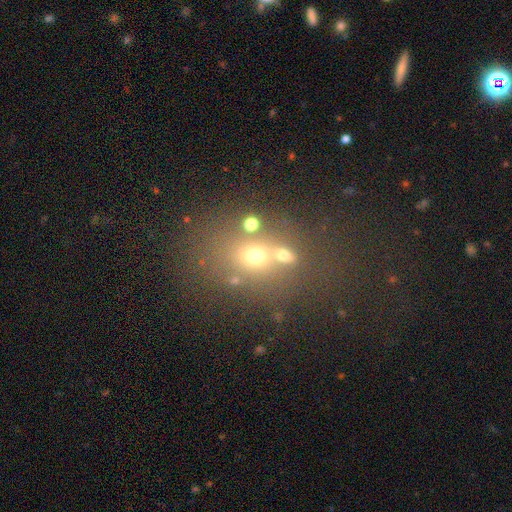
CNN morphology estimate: Smooth or featured?
  - smooth: 52% *
  - star or artifact: 25%
  - featured or disk: 23%
How rounded?
  - round: 49% * (tied)
  - in between: 49% * (tied)
  - cigar-shaped: 2%
Merging?
  - none: 46% *
  - merger: 36%
  - minor disturbance: 11%
  - major disturbance: 7%